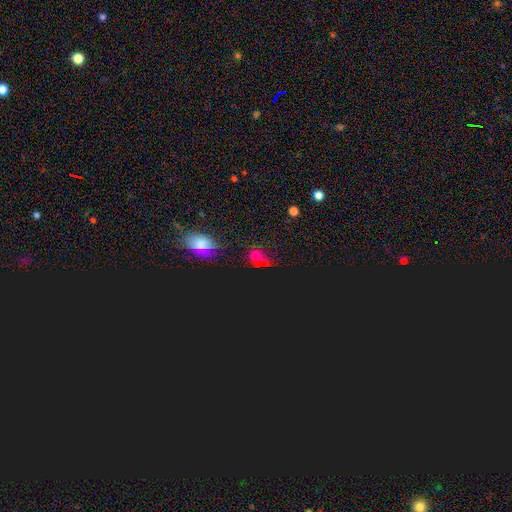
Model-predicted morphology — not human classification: Overall: star or artifact (54%; smooth 38%).